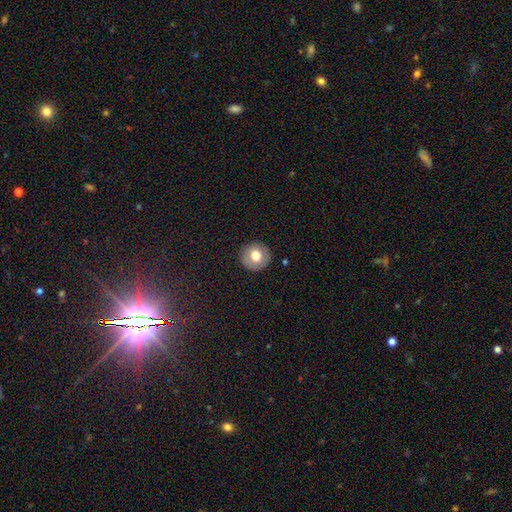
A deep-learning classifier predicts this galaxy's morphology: smooth 73%, featured or disk 19%, star or artifact 8%. Down the decision tree: how rounded — round (93%); merging — none (90%).